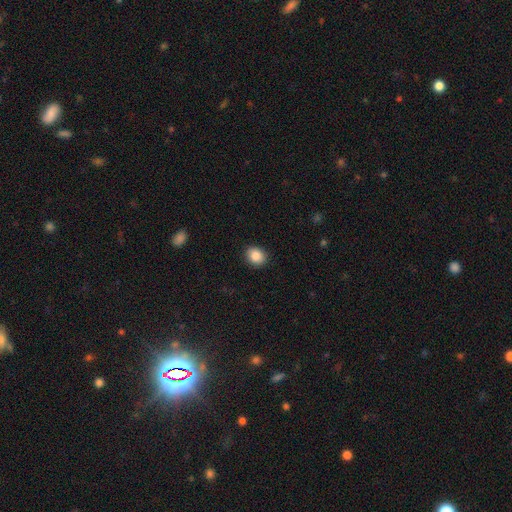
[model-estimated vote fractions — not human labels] Smooth or featured? Predicted: smooth (p=0.87). How rounded? Predicted: round (p=0.58). Merging? Predicted: none (p=0.90).